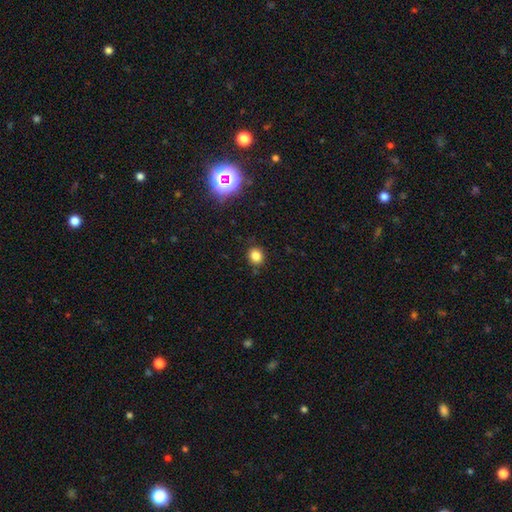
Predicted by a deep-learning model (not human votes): Smooth or featured? Predicted: smooth (p=0.81). How rounded? Predicted: round (p=0.75). Merging? Predicted: none (p=0.85).